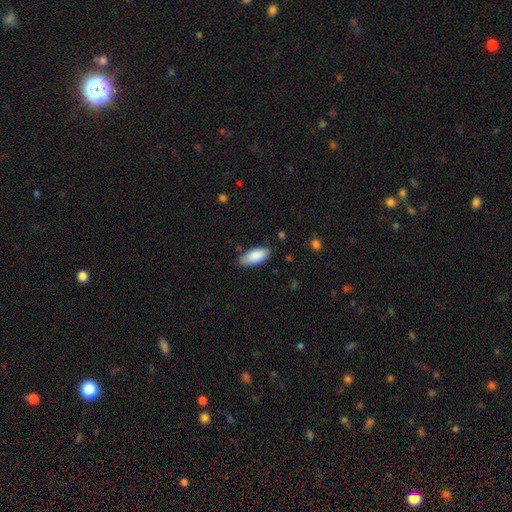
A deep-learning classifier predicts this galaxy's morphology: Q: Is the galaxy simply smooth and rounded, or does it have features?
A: smooth — 88%.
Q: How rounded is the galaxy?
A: in between — 90%.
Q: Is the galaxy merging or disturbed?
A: none — 78%.